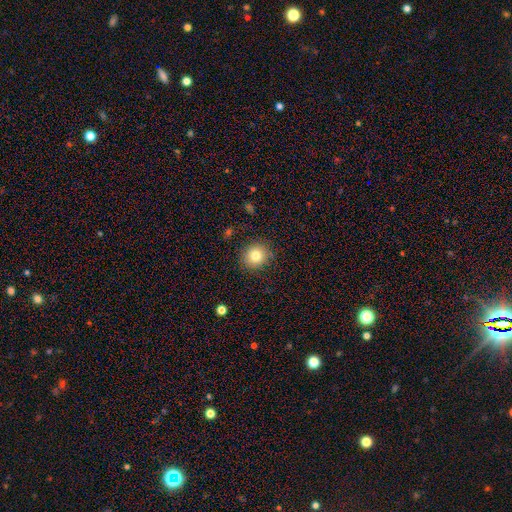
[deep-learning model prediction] A smooth galaxy with no disk features (81%) that is round (86%).

Vote fractions:
- Smooth or featured? smooth: 81% / star or artifact: 11% / featured or disk: 8%
- How rounded? round: 86% / in between: 13% / cigar-shaped: 1%
- Merging? none: 88% / minor disturbance: 8% / major disturbance: 3% / merger: 1%